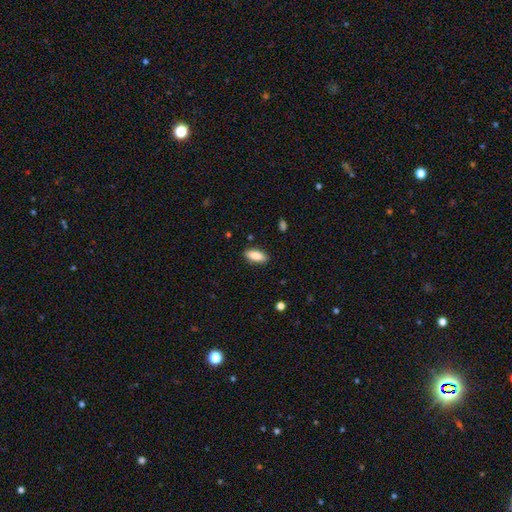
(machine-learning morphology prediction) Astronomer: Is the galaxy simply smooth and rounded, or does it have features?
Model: smooth — 84%.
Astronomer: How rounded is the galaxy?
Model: in between — 80%.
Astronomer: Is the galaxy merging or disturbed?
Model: none — 88%.